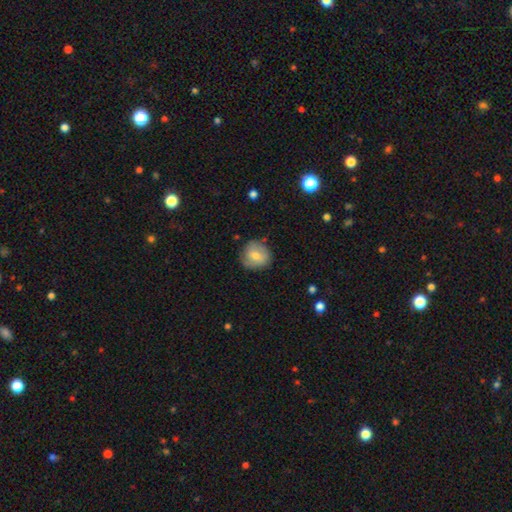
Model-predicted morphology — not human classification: Smooth or featured: smooth — 68% (featured or disk — 24%)
How rounded: round — 84% (in between — 15%)
Merging: none — 76% (minor disturbance — 19%)